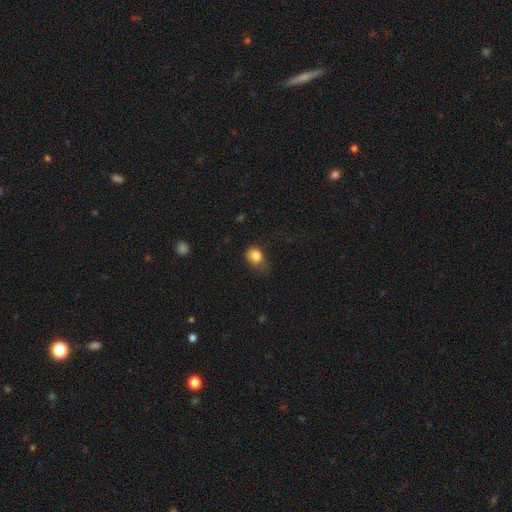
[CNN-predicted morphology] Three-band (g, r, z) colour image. It shows a smooth galaxy with no disk features (83%) that is in between round and cigar-shaped (51%). Merging: none (41%).